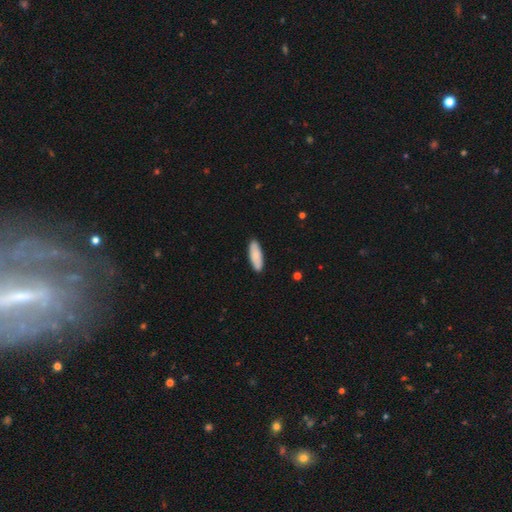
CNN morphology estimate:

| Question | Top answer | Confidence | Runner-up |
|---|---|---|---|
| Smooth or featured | smooth | 82% | featured or disk (13%) |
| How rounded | in between | 57% | cigar-shaped (41%) |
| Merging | none | 89% | minor disturbance (9%) |